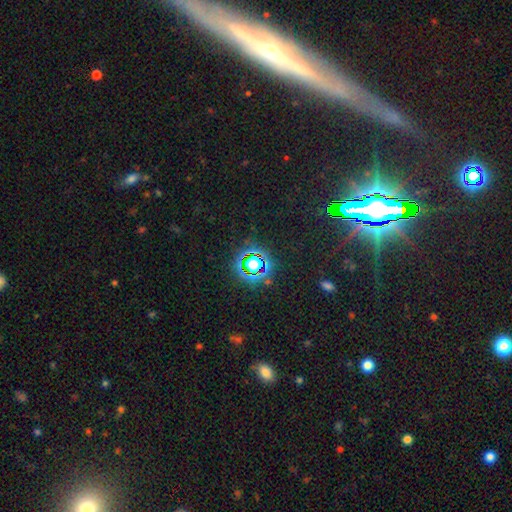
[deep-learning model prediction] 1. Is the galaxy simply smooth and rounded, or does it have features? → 81% star or artifact, 10% smooth, 8% featured or disk.